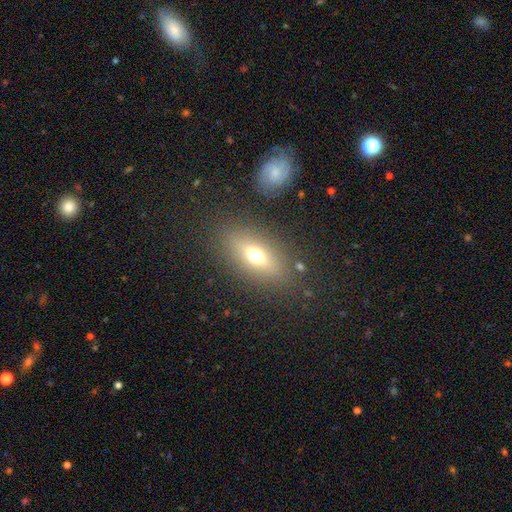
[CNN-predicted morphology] Smooth or featured: smooth — 61% (featured or disk — 25%)
How rounded: in between — 73% (round — 14%)
Merging: none — 83% (minor disturbance — 9%)